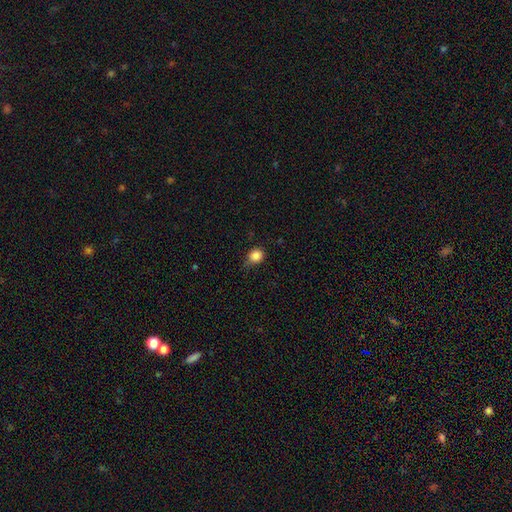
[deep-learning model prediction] smooth 85%, star or artifact 11%, featured or disk 4%. Down the decision tree: how rounded — round (78%); merging — none (65%).